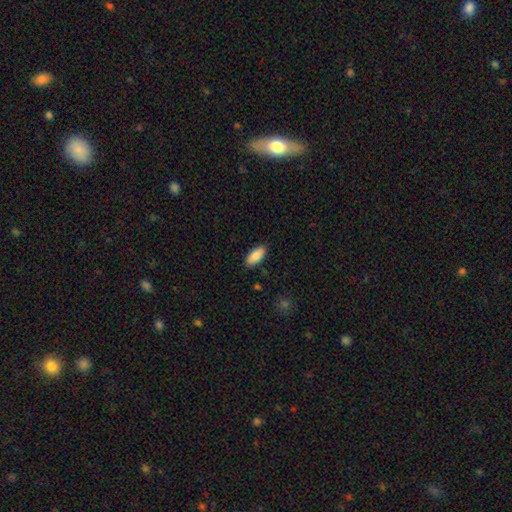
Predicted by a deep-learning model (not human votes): A smooth galaxy with no disk features (87%) that is in between round and cigar-shaped (86%).

Vote fractions:
- Smooth or featured? smooth: 87% / featured or disk: 7% / star or artifact: 6%
- How rounded? in between: 86% / cigar-shaped: 12% / round: 2%
- Merging? none: 87% / minor disturbance: 10% / major disturbance: 2% / merger: 1%